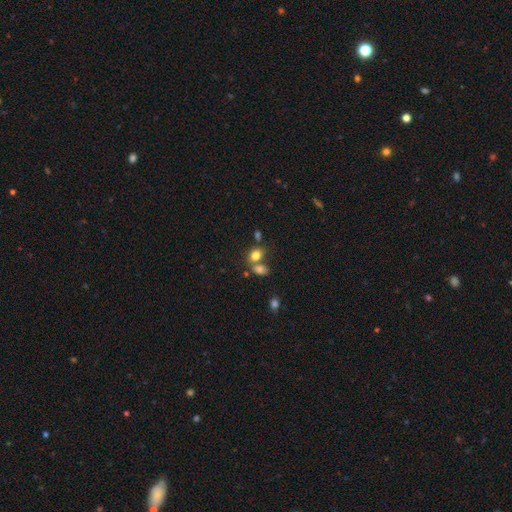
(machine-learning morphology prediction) This is likely a smooth galaxy (79%). How rounded: likely in between (63%). Merging: possibly none (46%).